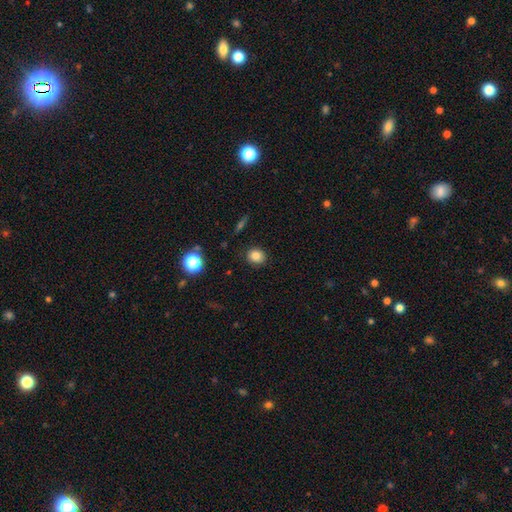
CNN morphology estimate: A smooth galaxy with no disk features (83%) that is round (72%). Merging: none (86%).